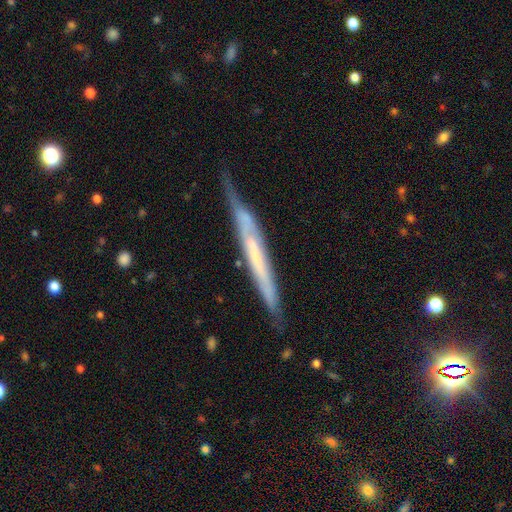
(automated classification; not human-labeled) Smooth or featured: featured or disk — 63% (smooth — 30%)
Edge-on disk: yes — 89% (no — 11%)
Edge-on bulge: none — 75% (rounded — 13%)
Merging: none — 66% (minor disturbance — 25%)